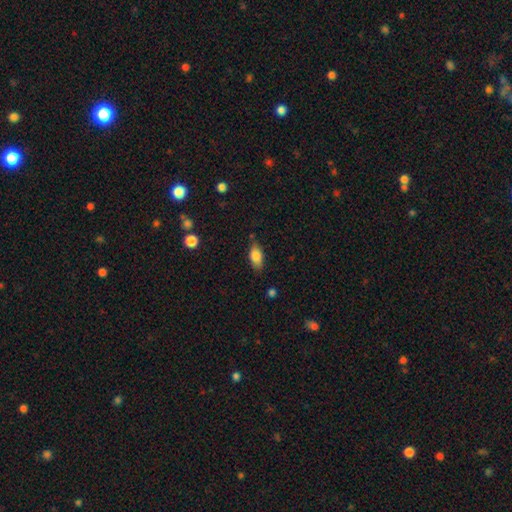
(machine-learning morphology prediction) Smooth or featured? smooth (84%)
How rounded? in between (88%)
Merging? none (78%)